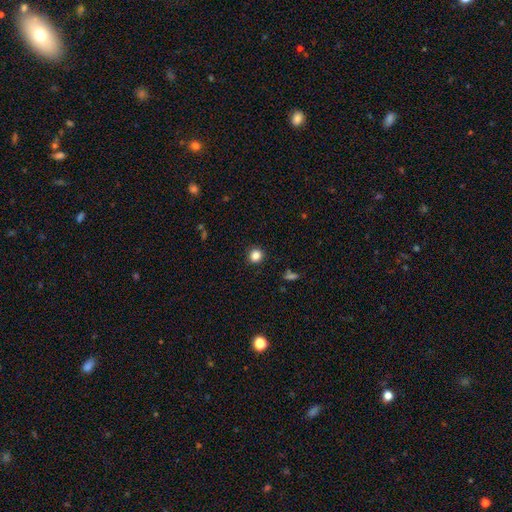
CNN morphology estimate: This appears to be a smooth galaxy with no disk features (84%) that is round (90%). Merging: none (91%).